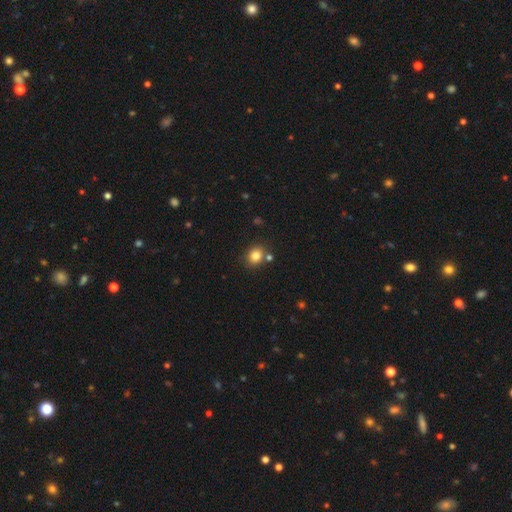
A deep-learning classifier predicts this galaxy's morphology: Smooth or featured?
  - smooth: 83% *
  - star or artifact: 11%
  - featured or disk: 7%
How rounded?
  - round: 70% *
  - in between: 29%
  - cigar-shaped: 1%
Merging?
  - none: 76% *
  - minor disturbance: 11%
  - merger: 10%
  - major disturbance: 3%